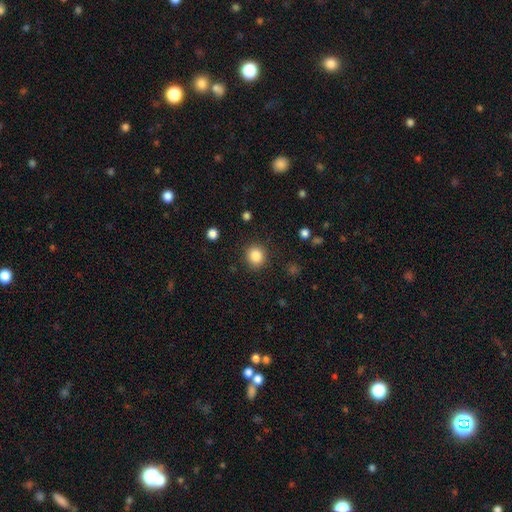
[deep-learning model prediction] This appears to be a smooth galaxy with no disk features (85%) that is round (85%). Merging: none (90%).